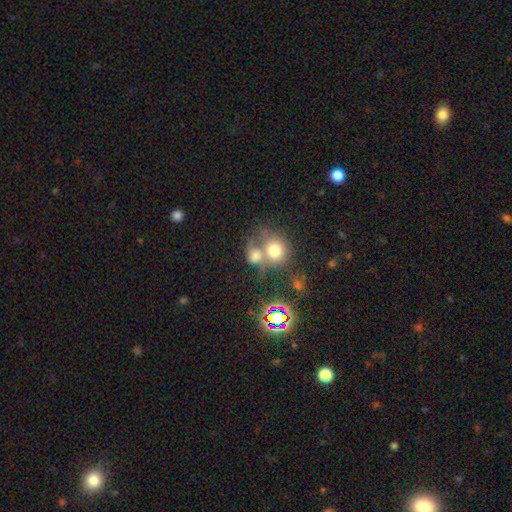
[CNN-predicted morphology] Smooth or featured? smooth (65%)
How rounded? round (68%)
Merging? merger (57%)